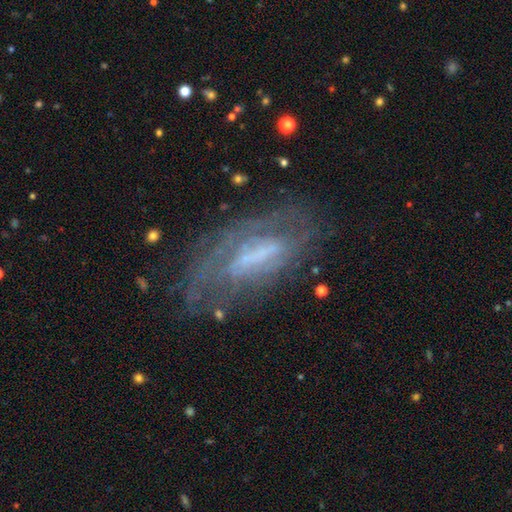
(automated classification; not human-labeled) Q: Smooth or featured?
A: featured or disk (69%); runner-up: smooth (21%)
Q: Edge-on disk?
A: no (85%); runner-up: yes (15%)
Q: Bar?
A: weak (34%); runner-up: strong (33%)
Q: Spiral arms?
A: yes (60%); runner-up: no (40%)
Q: Bulge size?
A: none (43%); runner-up: small (25%)
Q: Merging?
A: none (57%); runner-up: minor disturbance (22%)